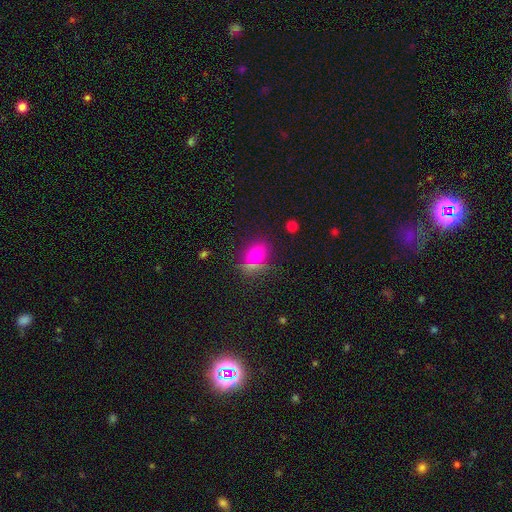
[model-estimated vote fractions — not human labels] Morphology: type=smooth (71%); roundness=in between (57%); merging=none (77%).